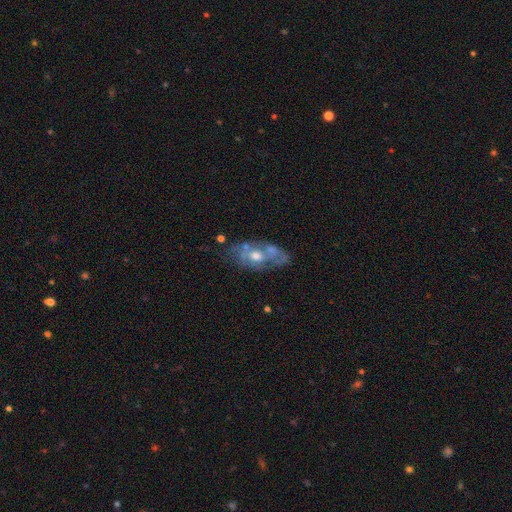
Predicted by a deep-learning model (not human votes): Smooth or featured? featured or disk (70%)
Edge-on disk? no (89%)
Bar? no (79%)
Spiral arms? no (56%)
Bulge size? moderate (69%)
Merging? none (55%)